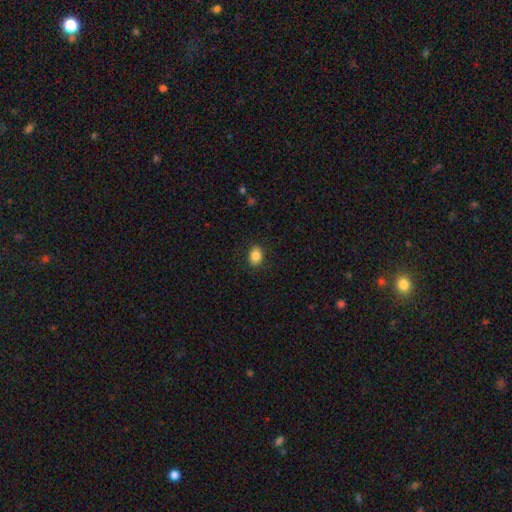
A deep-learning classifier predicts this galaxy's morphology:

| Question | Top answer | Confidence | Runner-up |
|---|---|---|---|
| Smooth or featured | smooth | 86% | star or artifact (9%) |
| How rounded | in between | 70% | round (29%) |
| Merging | none | 88% | minor disturbance (8%) |